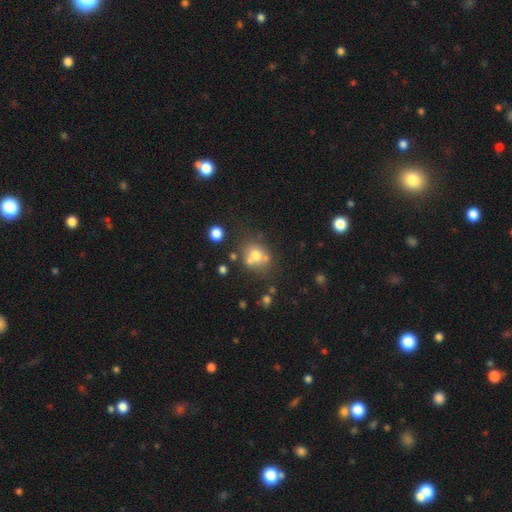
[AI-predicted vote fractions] Smooth or featured? smooth (67%)
How rounded? round (69%)
Merging? none (48%)